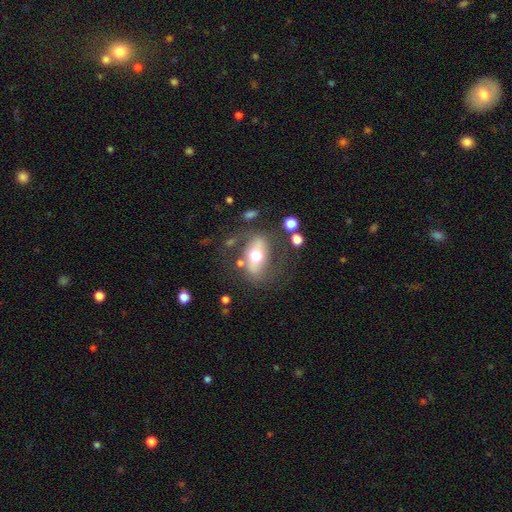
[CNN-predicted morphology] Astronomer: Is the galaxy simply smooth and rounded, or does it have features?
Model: featured or disk — 49% (runner-up: smooth, 44%).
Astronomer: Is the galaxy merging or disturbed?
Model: none — 62%.